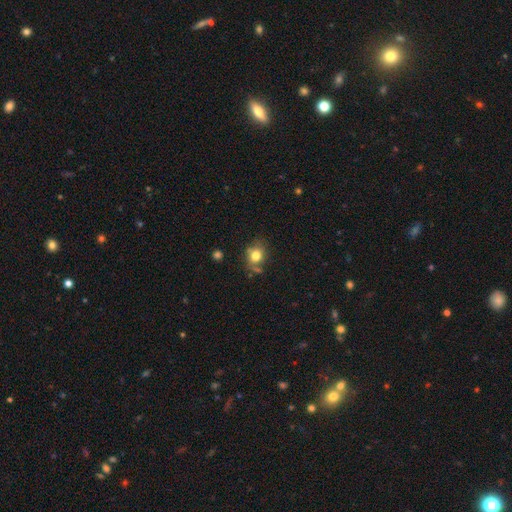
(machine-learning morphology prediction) Smooth or featured? smooth (76%)
How rounded? round (56%)
Merging? none (63%)